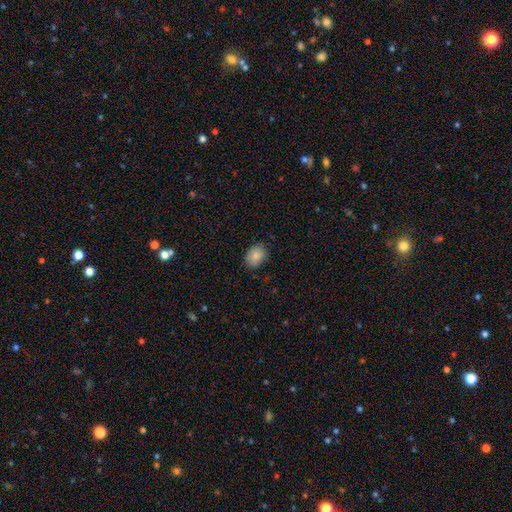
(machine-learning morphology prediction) Smooth or featured? Predicted: smooth (p=0.86). How rounded? Predicted: in between (p=0.69). Merging? Predicted: none (p=0.79).